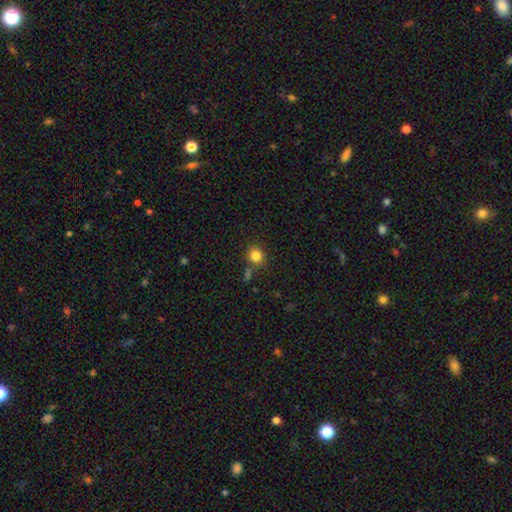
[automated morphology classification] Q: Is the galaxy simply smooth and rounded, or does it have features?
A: smooth — 82%.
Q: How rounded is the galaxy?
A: round — 86%.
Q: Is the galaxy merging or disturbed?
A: none — 77%.